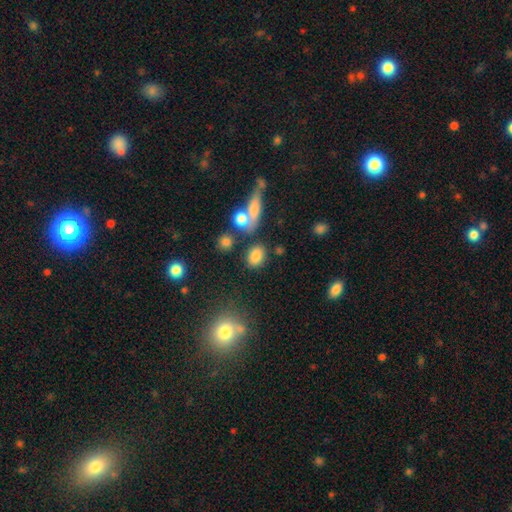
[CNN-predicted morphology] smooth_or_featured: smooth (p=0.81) [alt: star or artifact p=0.11]
how_rounded: in between (p=0.64) [alt: round p=0.34]
merging: none (p=0.73) [alt: merger p=0.11]